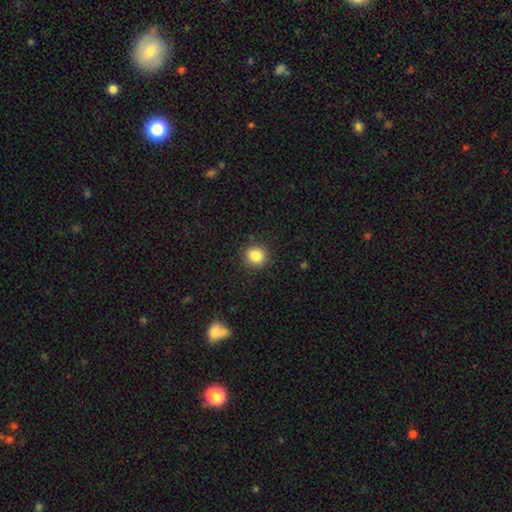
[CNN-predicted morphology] A smooth galaxy with no disk features (86%) that is round (85%). Merging: none (89%).